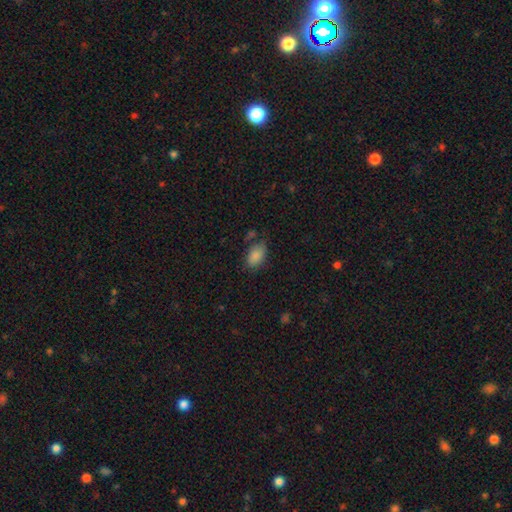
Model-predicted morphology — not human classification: Overall: smooth (86%). How rounded: in between (91%). Merging: none (66%).